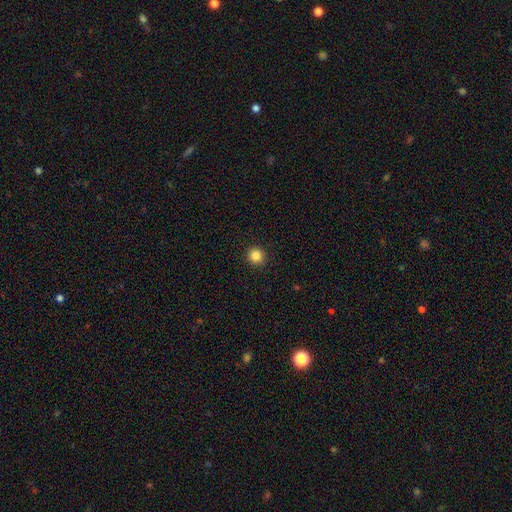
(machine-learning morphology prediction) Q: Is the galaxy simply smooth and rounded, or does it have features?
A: smooth — 85%.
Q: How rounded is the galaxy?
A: round — 93%.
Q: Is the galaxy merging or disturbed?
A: none — 92%.